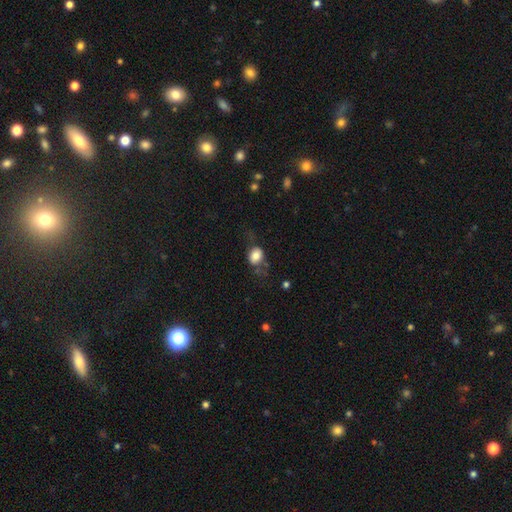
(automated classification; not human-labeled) A smooth galaxy with no disk features (76%) that is in between round and cigar-shaped (57%). Merging: none (52%).